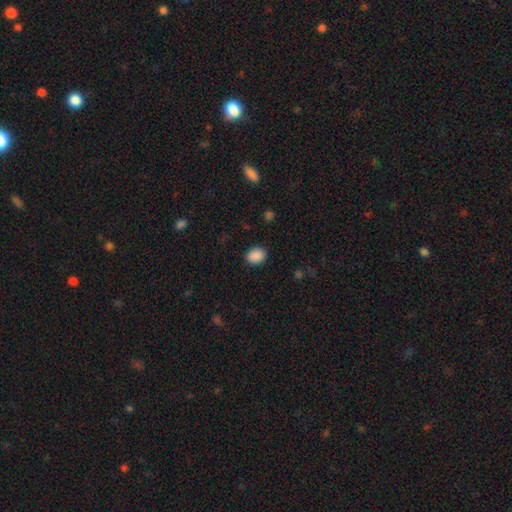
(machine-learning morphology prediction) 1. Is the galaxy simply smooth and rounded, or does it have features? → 89% smooth, 8% star or artifact, 3% featured or disk.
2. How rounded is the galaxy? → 53% in between, 47% round, 1% cigar-shaped.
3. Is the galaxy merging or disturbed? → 89% none, 8% minor disturbance, 2% major disturbance, 1% merger.